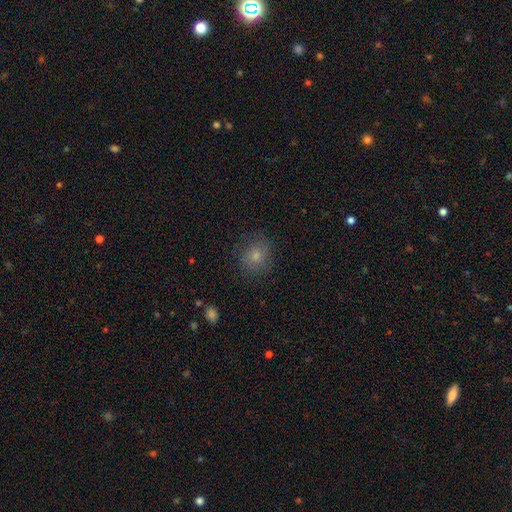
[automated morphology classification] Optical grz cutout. It shows a smooth galaxy with no disk features (64%) that is round (80%). Merging: none (83%).